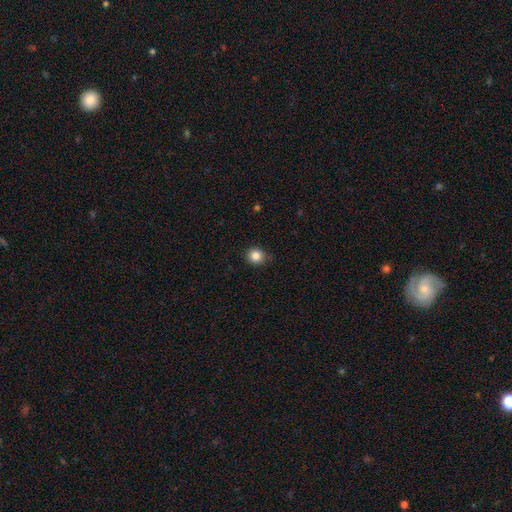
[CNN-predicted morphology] The model was most divided on "how rounded": round: 86%, in between: 13%, cigar-shaped: 1%. More confident: merging — none (85%); smooth or featured — smooth (84%).